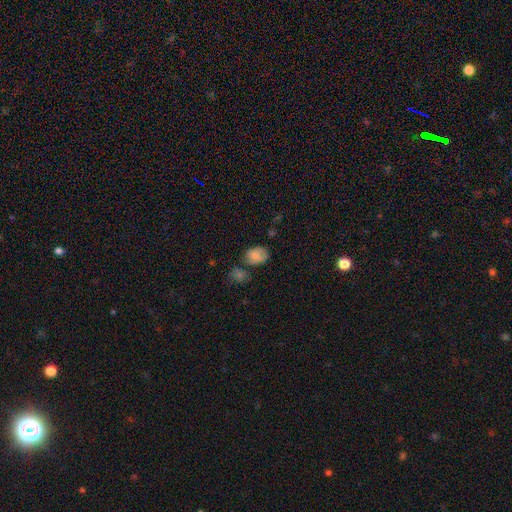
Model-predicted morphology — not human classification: Smooth or featured?
  - smooth: 79% *
  - featured or disk: 12%
  - star or artifact: 10%
How rounded?
  - in between: 73% *
  - round: 25%
  - cigar-shaped: 1%
Merging?
  - none: 57% *
  - minor disturbance: 23%
  - merger: 12%
  - major disturbance: 7%